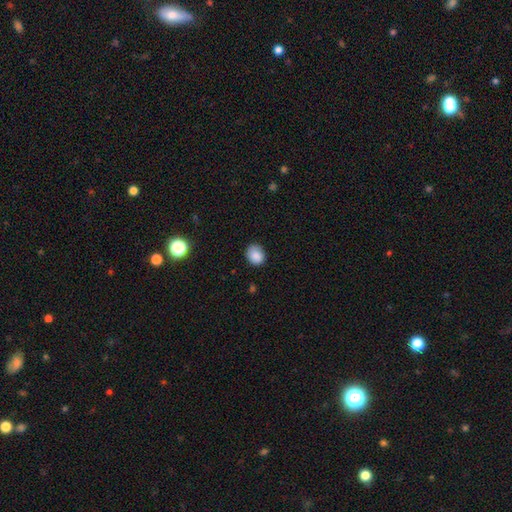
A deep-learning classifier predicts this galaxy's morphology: smooth_or_featured: smooth (p=0.86) [alt: star or artifact p=0.09]
how_rounded: round (p=0.67) [alt: in between p=0.33]
merging: none (p=0.79) [alt: minor disturbance p=0.17]